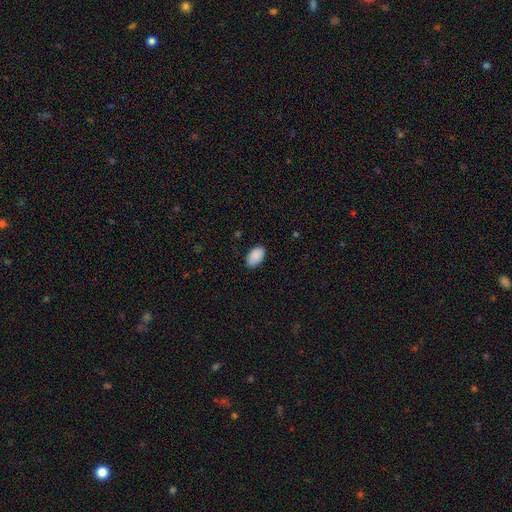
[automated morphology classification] smooth_or_featured: smooth (p=0.90) [alt: star or artifact p=0.07]
how_rounded: in between (p=0.93) [alt: round p=0.06]
merging: none (p=0.82) [alt: minor disturbance p=0.15]